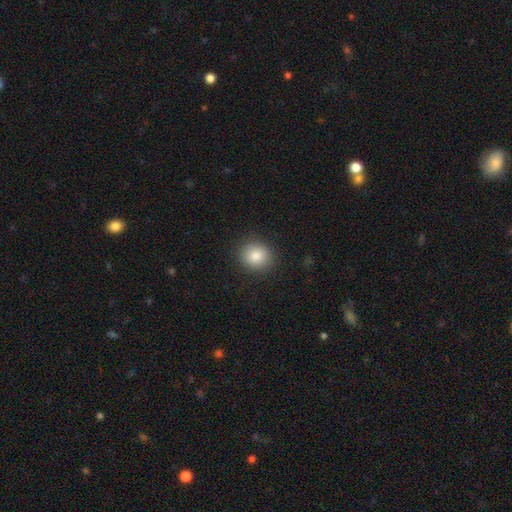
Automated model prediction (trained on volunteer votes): smooth 85%, star or artifact 9%, featured or disk 6%. Down the decision tree: how rounded — round (79%); merging — none (89%).